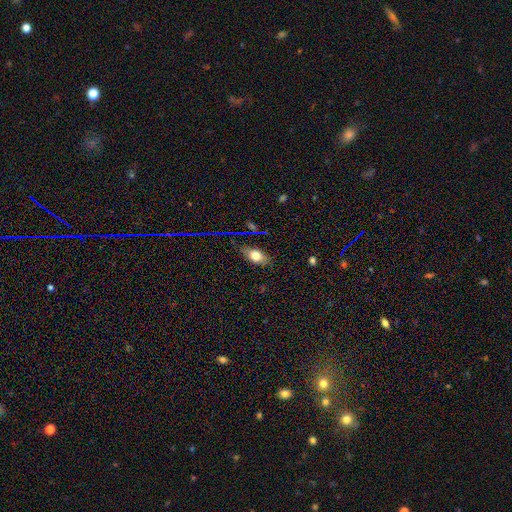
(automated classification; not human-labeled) The model was most divided on "smooth or featured": smooth: 74%, featured or disk: 17%, star or artifact: 10%. More confident: how rounded — in between (86%); merging — none (78%).